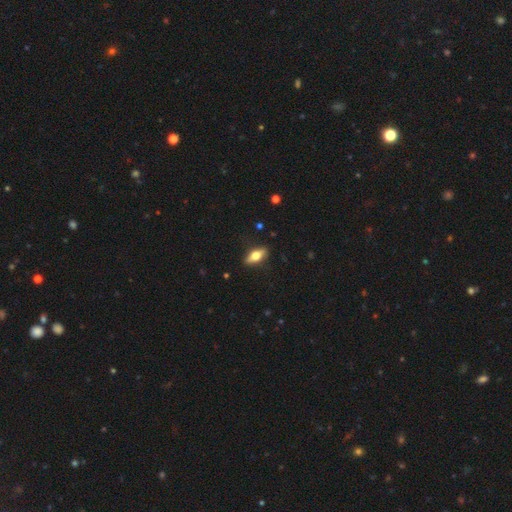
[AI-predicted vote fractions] smooth_or_featured: smooth (p=0.56) [alt: featured or disk p=0.37]
how_rounded: in between (p=0.71) [alt: cigar-shaped p=0.25]
merging: none (p=0.86) [alt: minor disturbance p=0.10]